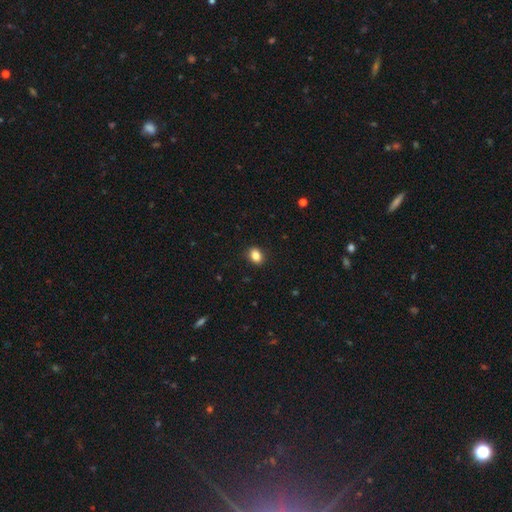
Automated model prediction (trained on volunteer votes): Smooth or featured? smooth (85%)
How rounded? in between (59%)
Merging? none (90%)